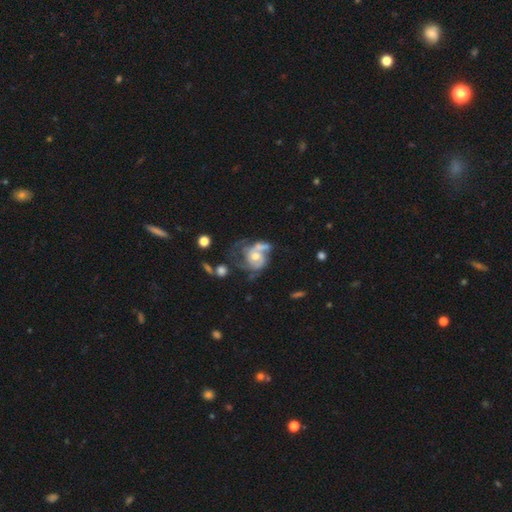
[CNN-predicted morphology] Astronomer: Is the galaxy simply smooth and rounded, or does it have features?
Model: featured or disk — 75%.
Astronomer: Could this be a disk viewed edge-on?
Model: no — 98%.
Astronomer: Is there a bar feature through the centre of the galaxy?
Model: no — 71%.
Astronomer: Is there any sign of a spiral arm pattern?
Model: yes — 83%.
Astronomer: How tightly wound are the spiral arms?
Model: medium — 42% (runner-up: tight, 36%).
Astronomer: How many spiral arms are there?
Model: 2 — 50%.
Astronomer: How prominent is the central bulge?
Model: moderate — 66%.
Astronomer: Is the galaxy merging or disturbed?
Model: major disturbance — 30% (runner-up: none, 26%).